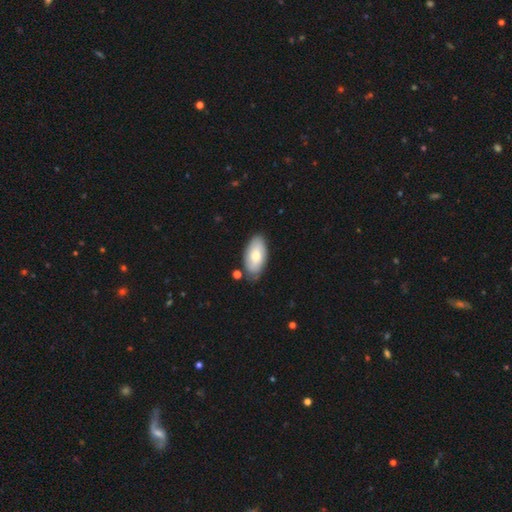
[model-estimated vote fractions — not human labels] smooth-or-featured: smooth: 71% | featured or disk: 23% | star or artifact: 6%
  how-rounded: in between: 94% | cigar-shaped: 4% | round: 2%
  merging: none: 77% | minor disturbance: 16% | merger: 4% | major disturbance: 3%